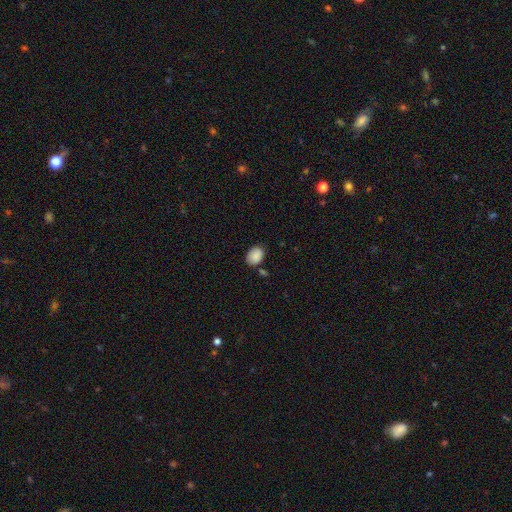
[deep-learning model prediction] smooth-or-featured: smooth: 88% | star or artifact: 8% | featured or disk: 5%
  how-rounded: in between: 73% | round: 27% | cigar-shaped: 1%
  merging: none: 74% | minor disturbance: 17% | merger: 6% | major disturbance: 4%